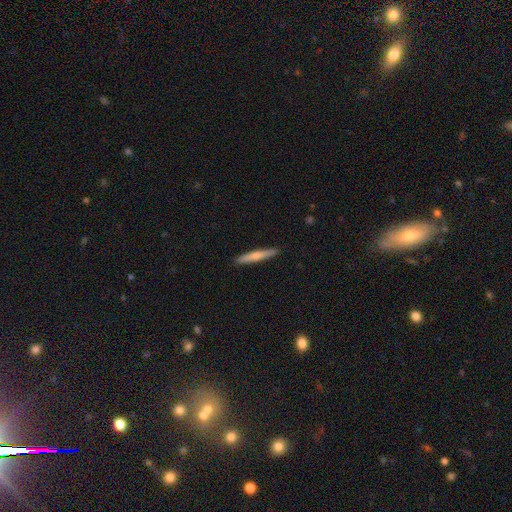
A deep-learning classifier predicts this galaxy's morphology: This appears to be a smooth galaxy with no disk features (67%) that is cigar-shaped (94%). Merging: none (91%).